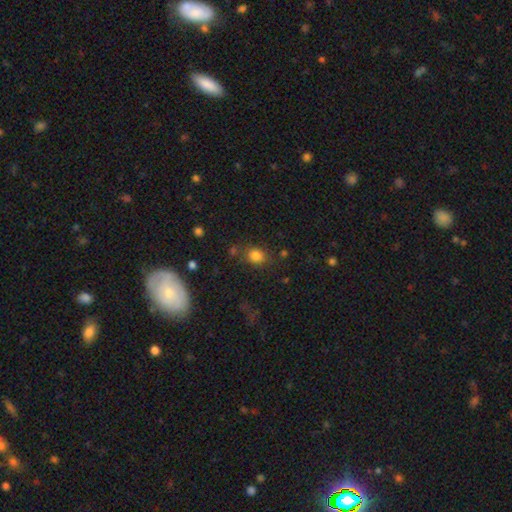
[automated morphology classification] Smooth or featured: smooth — 81% (star or artifact — 13%)
How rounded: round — 62% (in between — 37%)
Merging: none — 76% (minor disturbance — 13%)